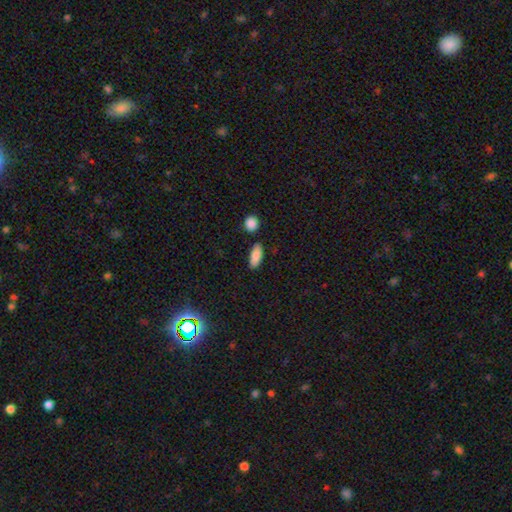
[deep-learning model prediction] Smooth or featured?
  - smooth: 86% *
  - star or artifact: 7%
  - featured or disk: 7%
How rounded?
  - in between: 80% *
  - cigar-shaped: 17%
  - round: 3%
Merging?
  - none: 81% *
  - minor disturbance: 11%
  - merger: 5%
  - major disturbance: 3%